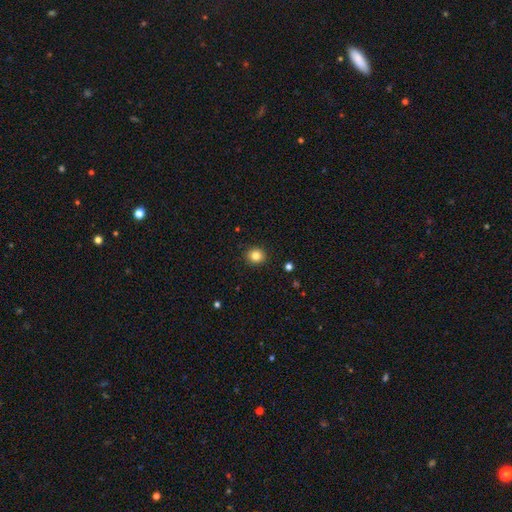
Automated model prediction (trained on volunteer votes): This appears to be a smooth galaxy with no disk features (83%) that is round (85%). Merging: none (92%).